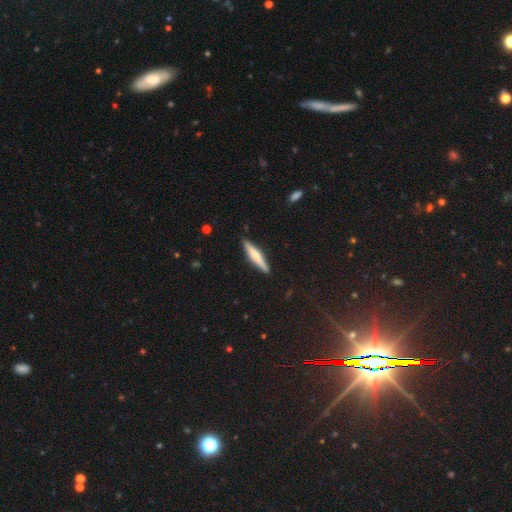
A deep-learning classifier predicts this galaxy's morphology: type=smooth (52%); roundness=cigar-shaped (89%); merging=none (90%).